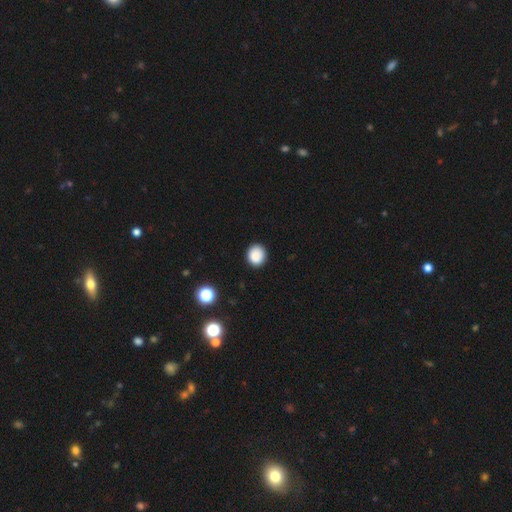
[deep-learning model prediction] Q: Smooth or featured?
A: smooth (87%); runner-up: star or artifact (10%)
Q: How rounded?
A: round (77%); runner-up: in between (22%)
Q: Merging?
A: none (89%); runner-up: minor disturbance (8%)